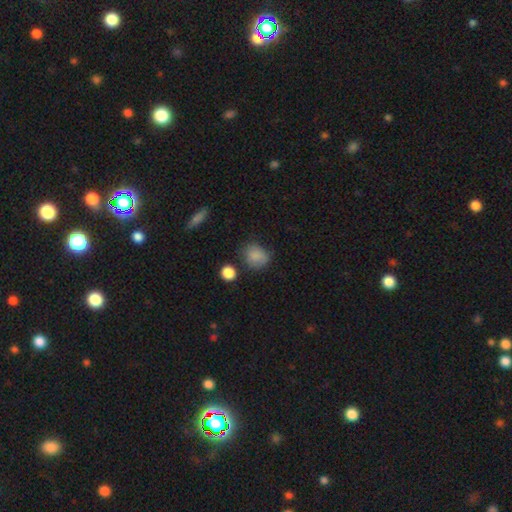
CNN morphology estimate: type=smooth (83%); roundness=round (60%); merging=none (63%).